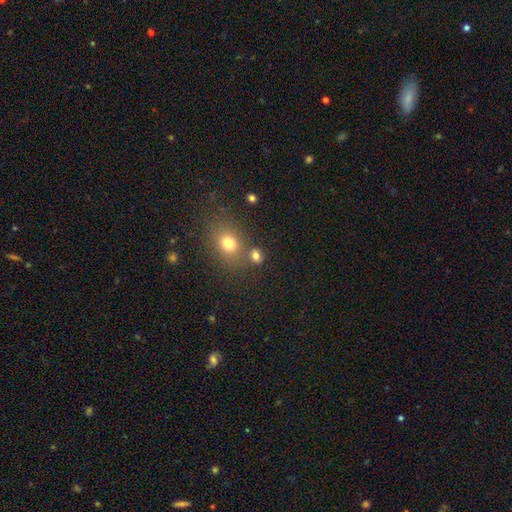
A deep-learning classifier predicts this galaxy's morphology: Smooth or featured: smooth — 77% (star or artifact — 15%)
How rounded: round — 59% (in between — 39%)
Merging: none — 63% (merger — 22%)